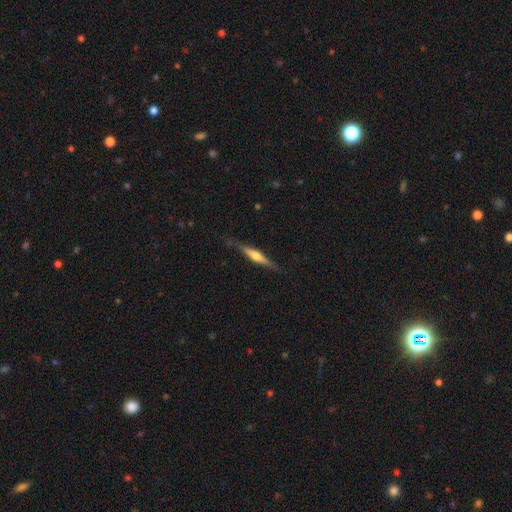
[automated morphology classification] Smooth or featured? Predicted: featured or disk (p=0.66). Edge-on disk? Predicted: yes (p=0.97). Edge-on bulge? Predicted: rounded (p=0.82). Merging? Predicted: none (p=0.82).